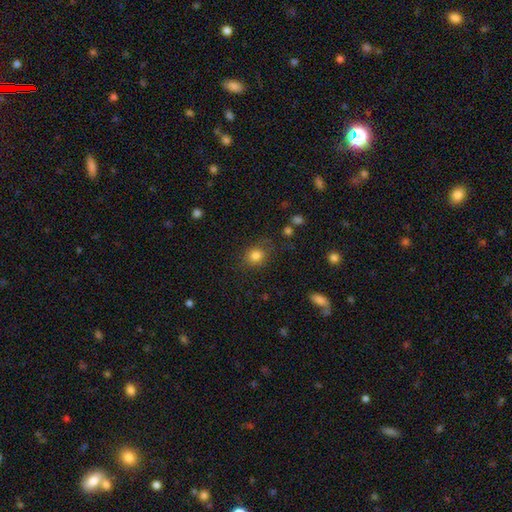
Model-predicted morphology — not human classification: smooth 82%, star or artifact 11%, featured or disk 7%. Down the decision tree: how rounded — round (73%); merging — none (77%).